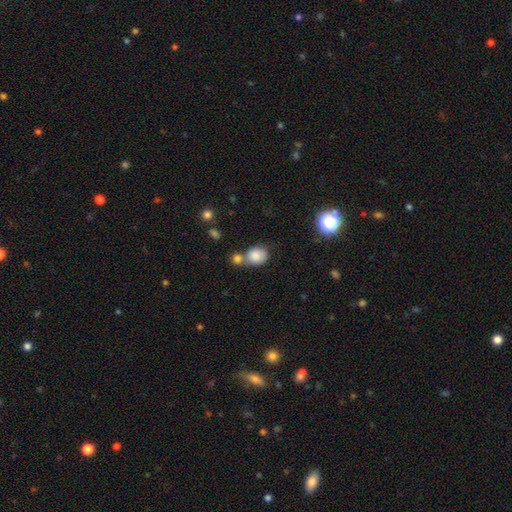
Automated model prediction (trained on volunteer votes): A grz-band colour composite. It shows a smooth galaxy with no disk features (85%) that is round (53%). Merging: none (42%).